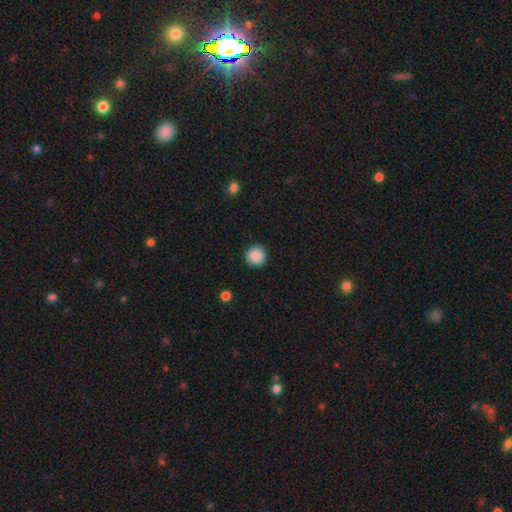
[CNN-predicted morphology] Overall: smooth (89%). How rounded: round (95%). Merging: none (92%).